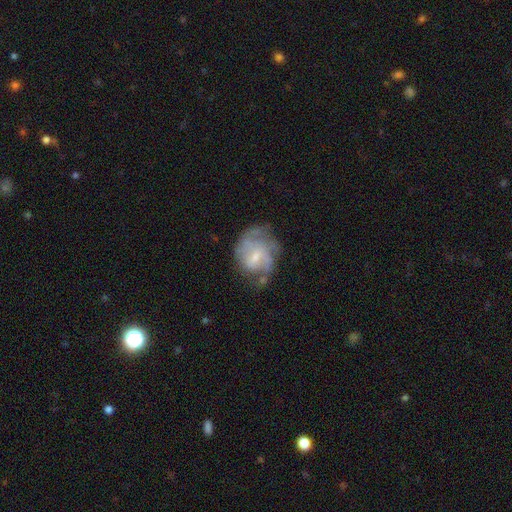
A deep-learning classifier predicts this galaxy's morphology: type=featured or disk (70%); edge-on=no (98%); bar=weak (49%); spiral arms=yes (80%); winding=medium (44%); arm count=2 (37%); bulge=small (55%); merging=none (48%).